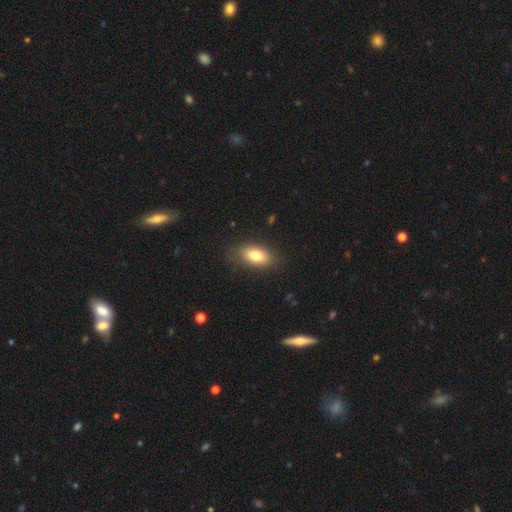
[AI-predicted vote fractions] smooth 79%, featured or disk 13%, star or artifact 8%. Down the decision tree: how rounded — in between (88%); merging — none (84%).